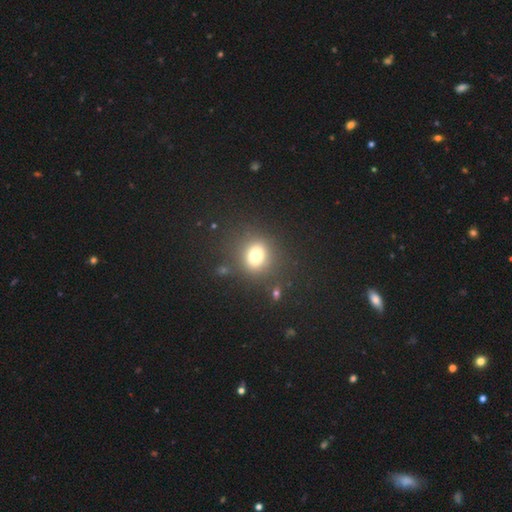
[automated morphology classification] Overall: smooth (74%). How rounded: round (79%). Merging: none (82%).